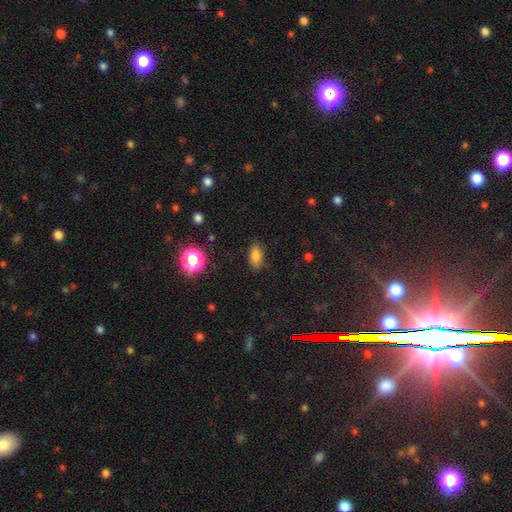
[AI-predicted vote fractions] Overall: smooth (80%). How rounded: in between (87%). Merging: none (82%).